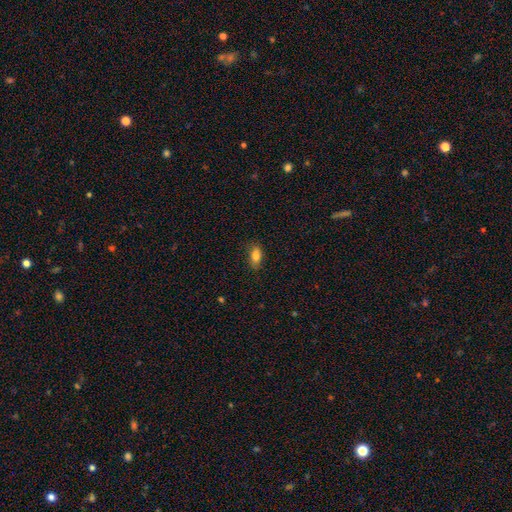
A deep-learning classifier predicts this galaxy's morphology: This is clearly a smooth galaxy (81%). How rounded: clearly in between (86%). Merging: clearly none (80%).